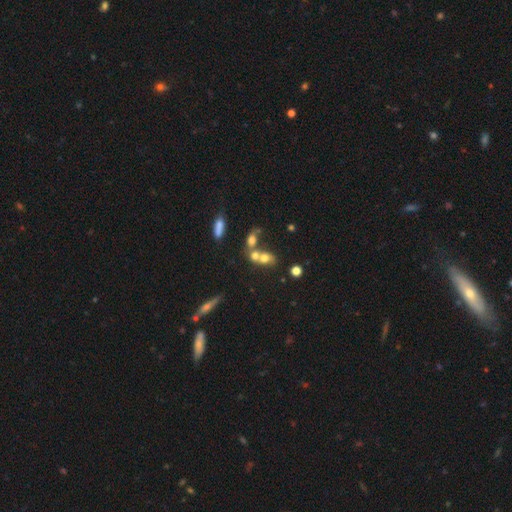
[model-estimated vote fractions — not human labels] This is likely a smooth galaxy (64%). How rounded: possibly in between (50%). Merging: likely merger (63%).